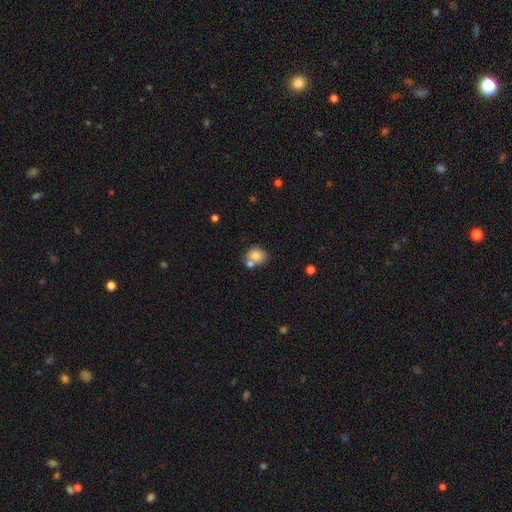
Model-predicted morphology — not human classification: Smooth or featured? smooth (78%)
How rounded? round (51%)
Merging? none (52%)